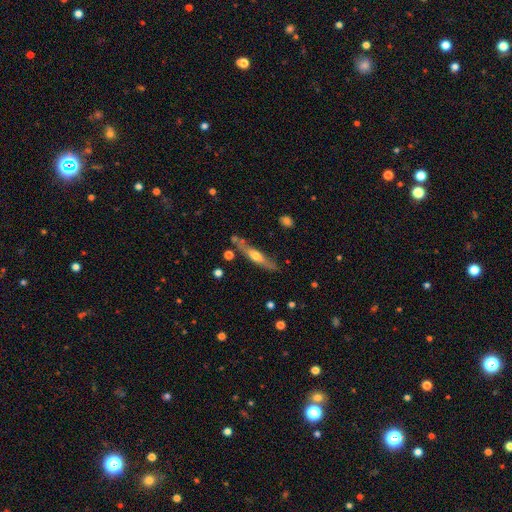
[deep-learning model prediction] Smooth or featured? featured or disk (53%)
Edge-on disk? yes (85%)
Merging? none (73%)